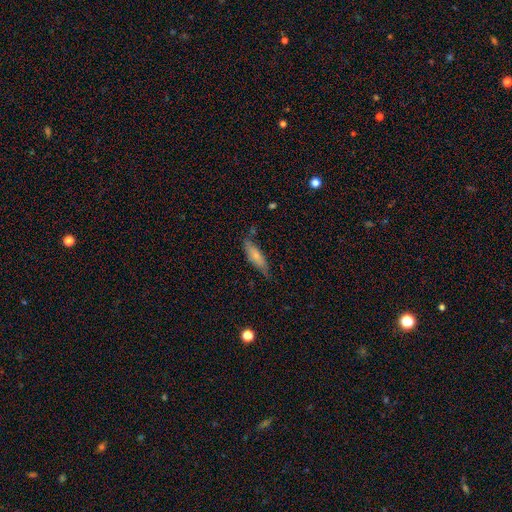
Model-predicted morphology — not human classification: Smooth or featured? smooth (68%)
How rounded? cigar-shaped (58%)
Merging? none (65%)